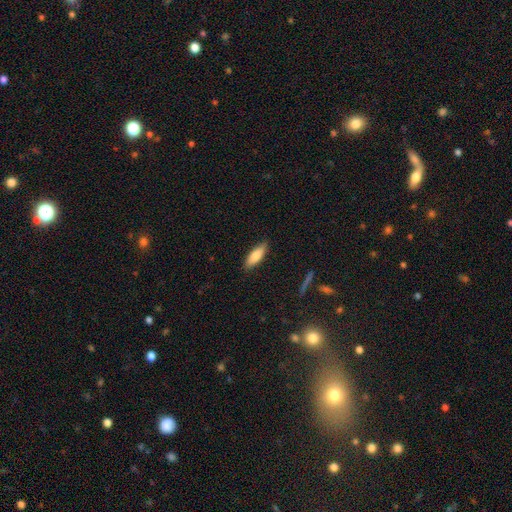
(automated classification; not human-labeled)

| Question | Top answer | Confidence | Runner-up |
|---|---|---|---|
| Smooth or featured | smooth | 80% | featured or disk (14%) |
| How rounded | in between | 61% | cigar-shaped (37%) |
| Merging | none | 85% | minor disturbance (12%) |